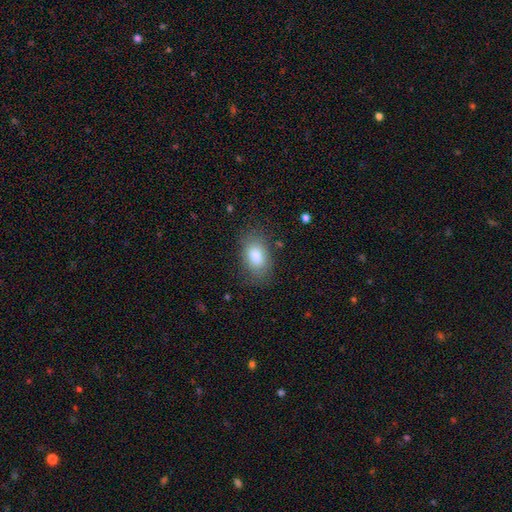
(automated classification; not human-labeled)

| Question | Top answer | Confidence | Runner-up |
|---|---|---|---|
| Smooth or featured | smooth | 81% | featured or disk (11%) |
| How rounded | in between | 89% | round (10%) |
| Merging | none | 76% | minor disturbance (17%) |